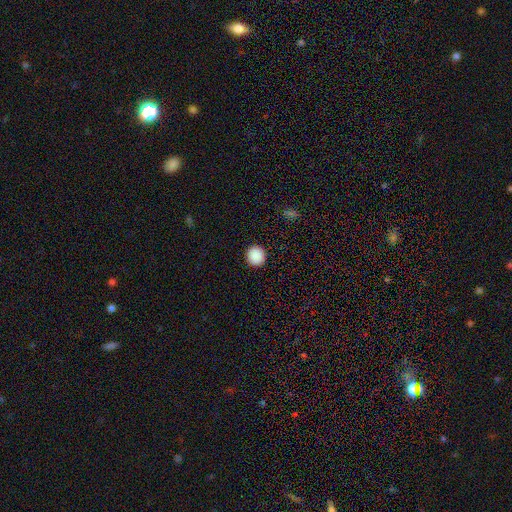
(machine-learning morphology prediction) Q: Smooth or featured?
A: smooth (90%); runner-up: star or artifact (8%)
Q: How rounded?
A: round (93%); runner-up: in between (6%)
Q: Merging?
A: none (93%); runner-up: minor disturbance (4%)